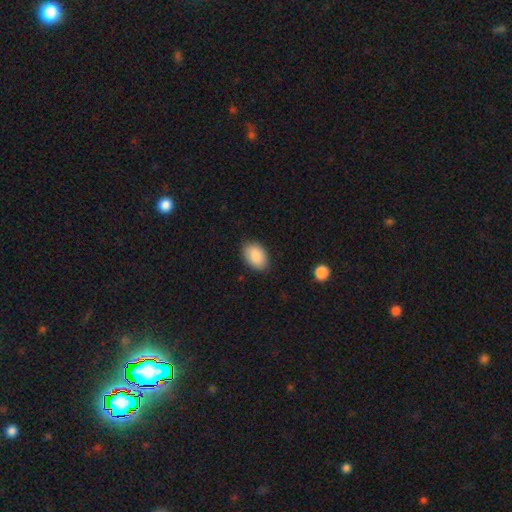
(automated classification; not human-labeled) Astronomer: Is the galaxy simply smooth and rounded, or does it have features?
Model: smooth — 89%.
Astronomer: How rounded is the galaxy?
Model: in between — 89%.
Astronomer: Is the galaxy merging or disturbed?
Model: none — 86%.